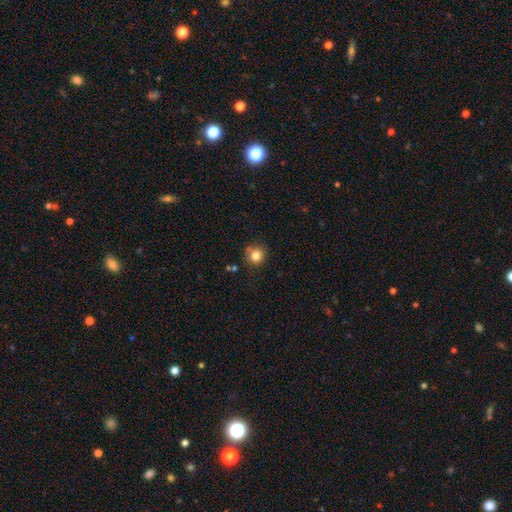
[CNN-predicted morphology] Smooth or featured? smooth (83%)
How rounded? round (91%)
Merging? none (77%)